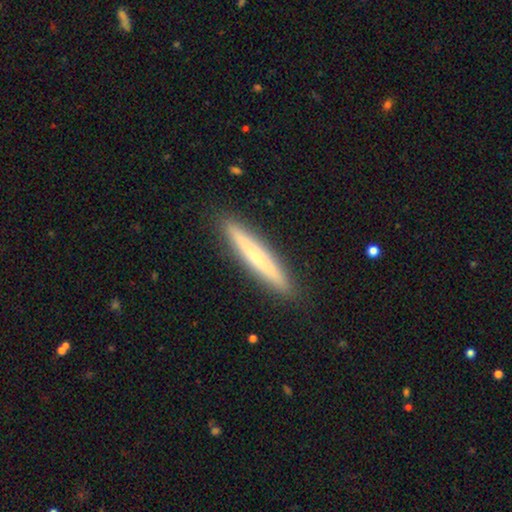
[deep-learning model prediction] Smooth or featured? smooth (51%)
How rounded? cigar-shaped (94%)
Merging? none (91%)